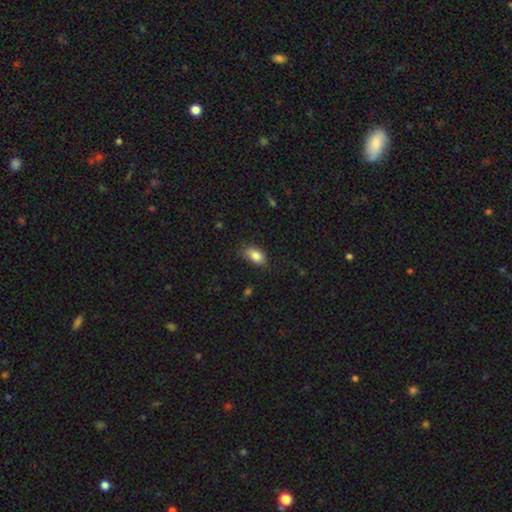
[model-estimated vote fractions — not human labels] smooth 85%, star or artifact 8%, featured or disk 7%. Down the decision tree: how rounded — in between (90%); merging — none (71%).